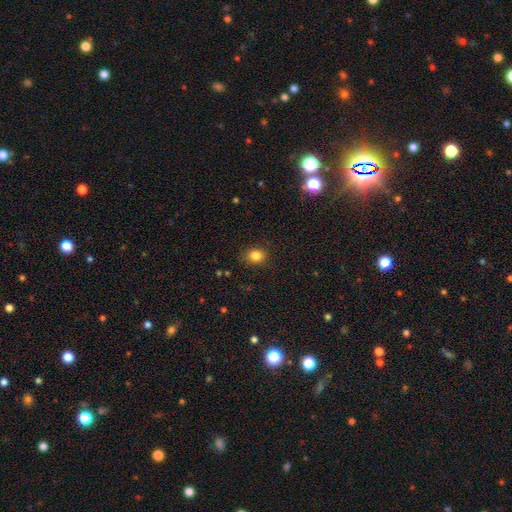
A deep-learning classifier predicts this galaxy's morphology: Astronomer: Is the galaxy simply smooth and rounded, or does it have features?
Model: smooth — 83%.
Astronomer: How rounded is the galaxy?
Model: round — 59% (runner-up: in between, 40%).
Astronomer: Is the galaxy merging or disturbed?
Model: none — 85%.